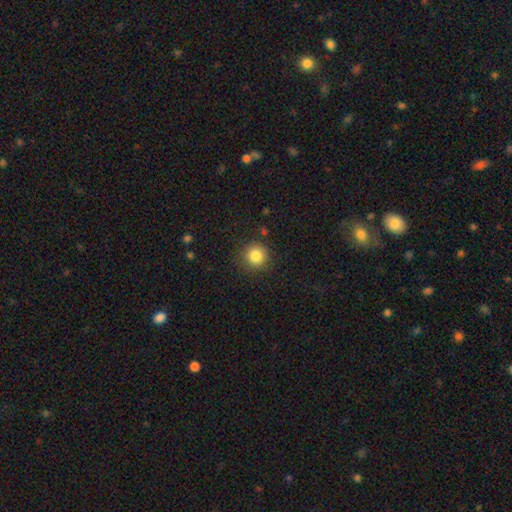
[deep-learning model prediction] smooth-or-featured: smooth: 85% | star or artifact: 11% | featured or disk: 5%
  how-rounded: round: 93% | in between: 6% | cigar-shaped: 1%
  merging: none: 88% | minor disturbance: 8% | major disturbance: 3% | merger: 2%